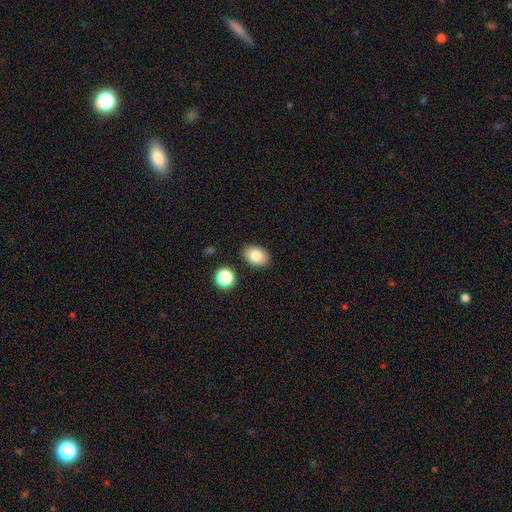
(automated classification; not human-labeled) Smooth or featured?
  - smooth: 82% *
  - featured or disk: 9%
  - star or artifact: 8%
How rounded?
  - in between: 79% *
  - round: 19%
  - cigar-shaped: 1%
Merging?
  - none: 86% *
  - minor disturbance: 9%
  - merger: 3%
  - major disturbance: 2%